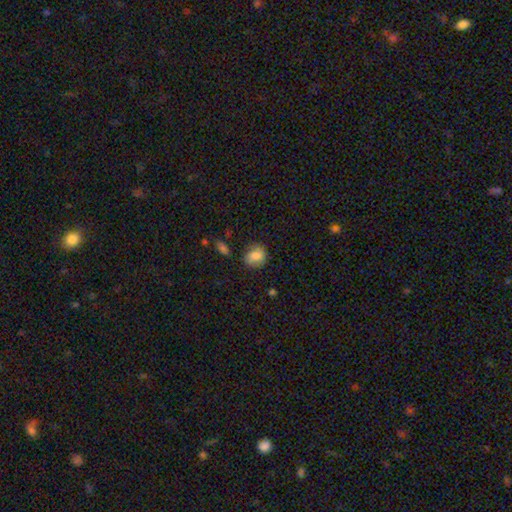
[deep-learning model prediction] The model was most divided on "how rounded": round: 70%, in between: 29%, cigar-shaped: 1%. More confident: smooth or featured — smooth (74%); merging — none (72%).